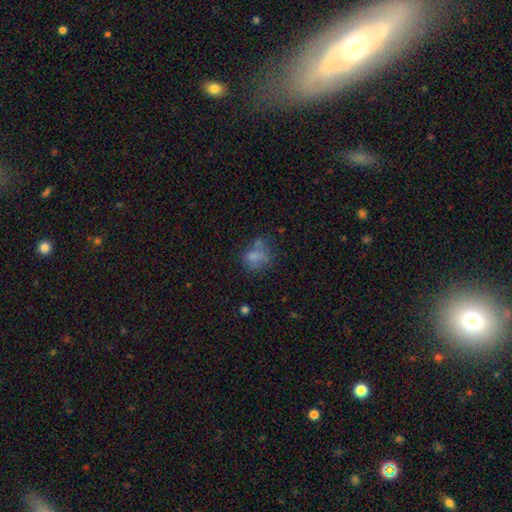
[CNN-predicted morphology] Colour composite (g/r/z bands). It shows a smooth galaxy with no disk features (63%) that is round (53%). Merging: none (40%).